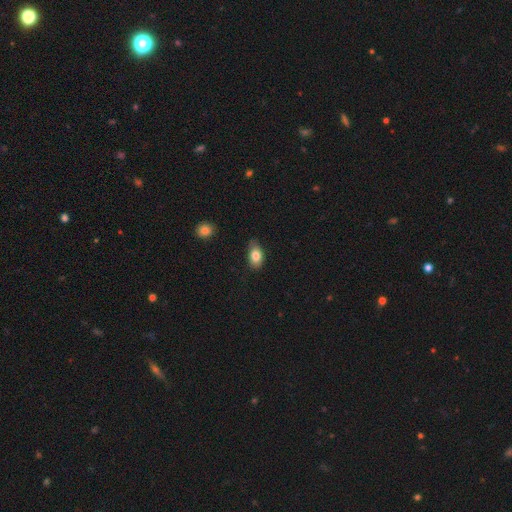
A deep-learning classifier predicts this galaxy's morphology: Q: Smooth or featured?
A: smooth (82%); runner-up: featured or disk (10%)
Q: How rounded?
A: in between (86%); runner-up: round (11%)
Q: Merging?
A: none (67%); runner-up: minor disturbance (27%)